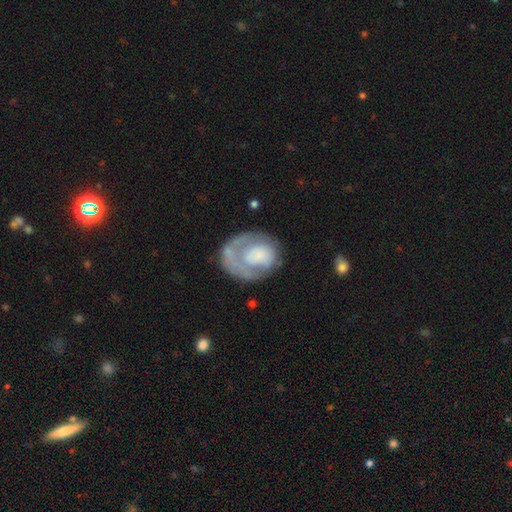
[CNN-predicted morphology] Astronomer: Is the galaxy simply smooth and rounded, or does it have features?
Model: featured or disk — 54% (runner-up: smooth, 39%).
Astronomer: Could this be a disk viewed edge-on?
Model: no — 97%.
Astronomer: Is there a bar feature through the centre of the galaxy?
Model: no — 86%.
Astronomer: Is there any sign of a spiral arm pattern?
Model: no — 51% (runner-up: yes, 49%).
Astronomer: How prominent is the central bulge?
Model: none — 33% (runner-up: large, 24%).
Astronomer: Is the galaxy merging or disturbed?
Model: none — 50%.